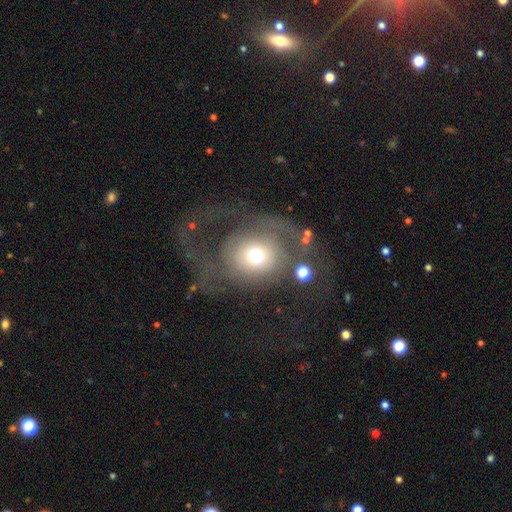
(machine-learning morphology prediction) This is possibly a smooth galaxy (50%). Merging: possibly major disturbance (48%).